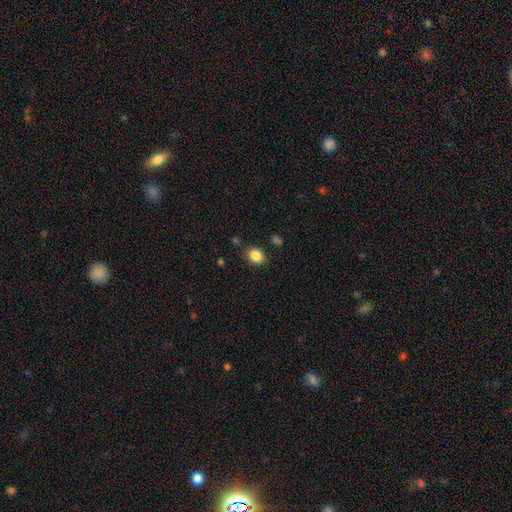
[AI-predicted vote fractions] Morphology: type=smooth (86%); roundness=in between (59%); merging=none (81%).